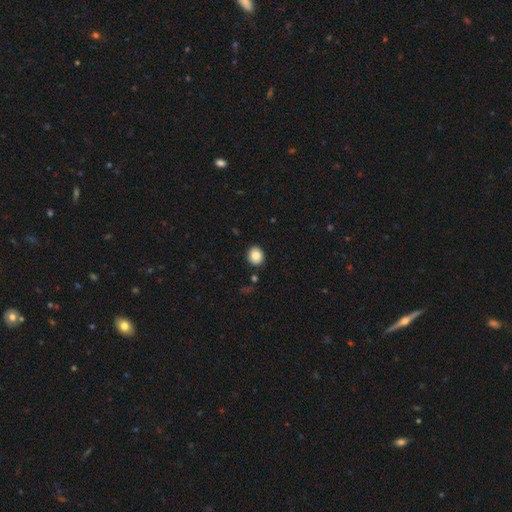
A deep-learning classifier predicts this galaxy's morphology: Q: Smooth or featured?
A: smooth (86%); runner-up: star or artifact (9%)
Q: How rounded?
A: round (77%); runner-up: in between (22%)
Q: Merging?
A: none (89%); runner-up: minor disturbance (7%)